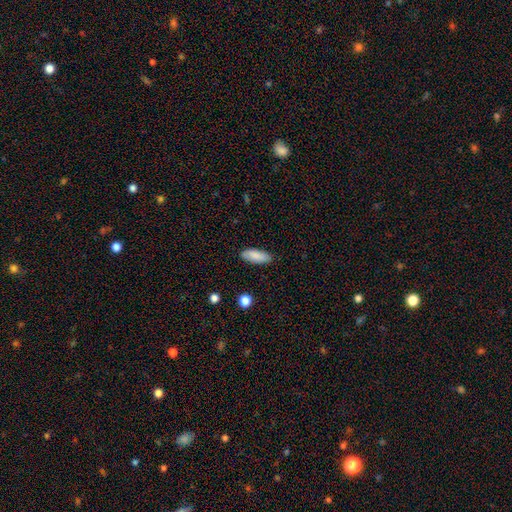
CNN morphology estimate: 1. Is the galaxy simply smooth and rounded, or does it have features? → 85% smooth, 9% featured or disk, 6% star or artifact.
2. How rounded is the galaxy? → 75% in between, 23% cigar-shaped, 2% round.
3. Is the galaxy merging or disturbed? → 84% none, 13% minor disturbance, 2% major disturbance, 1% merger.